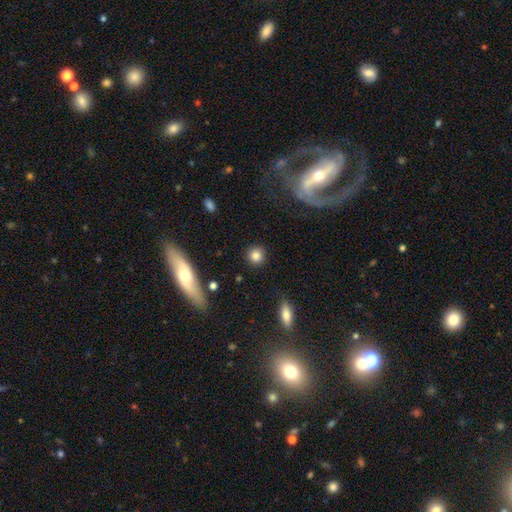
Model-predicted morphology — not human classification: smooth 84%, star or artifact 10%, featured or disk 7%. Down the decision tree: how rounded — round (90%); merging — none (89%).